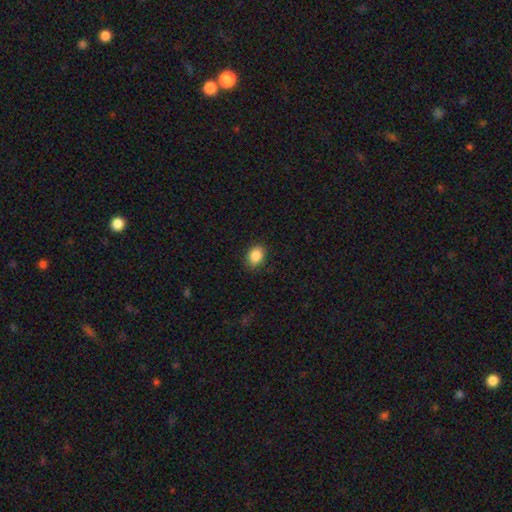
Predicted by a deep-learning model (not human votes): Smooth or featured? smooth (88%)
How rounded? in between (71%)
Merging? none (87%)